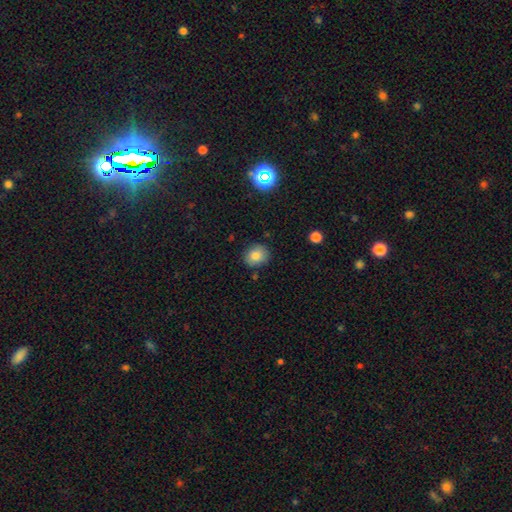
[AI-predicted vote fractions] Morphology: type=smooth (82%); roundness=round (70%); merging=none (84%).